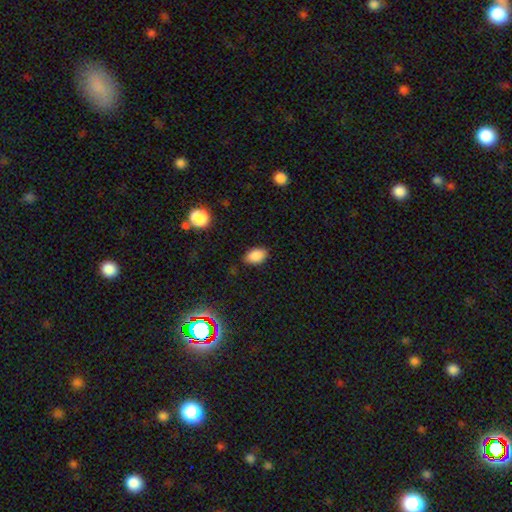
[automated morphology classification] A smooth galaxy with no disk features (86%) that is in between round and cigar-shaped (89%).

Vote fractions:
- Smooth or featured? smooth: 86% / star or artifact: 9% / featured or disk: 4%
- How rounded? in between: 89% / round: 10% / cigar-shaped: 1%
- Merging? none: 84% / minor disturbance: 12% / major disturbance: 3% / merger: 1%